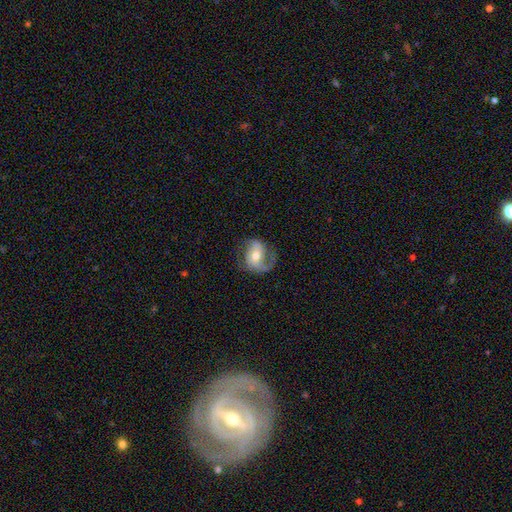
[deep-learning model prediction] Smooth or featured?
  - featured or disk: 74% *
  - smooth: 19%
  - star or artifact: 7%
Edge-on disk?
  - no: 97% *
  - yes: 3%
Bar?
  - no: 46% *
  - weak: 36%
  - strong: 18%
Spiral arms?
  - yes: 92% *
  - no: 8%
Spiral winding?
  - medium: 43% *
  - loose: 40%
  - tight: 17%
Spiral arm count?
  - 2: 66% *
  - 1: 25%
  - can't tell: 5%
  - 3: 2%
  - 4: 1%
  - more than 4: 1%
Bulge size?
  - moderate: 65% *
  - small: 27%
  - large: 5%
  - none: 1%
  - dominant: 1%
Merging?
  - none: 59% *
  - minor disturbance: 21%
  - major disturbance: 19%
  - merger: 2%